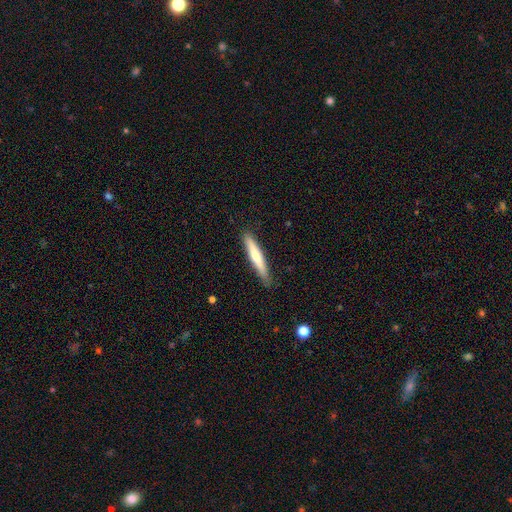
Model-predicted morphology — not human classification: type=smooth (54%); roundness=cigar-shaped (93%); merging=none (87%).